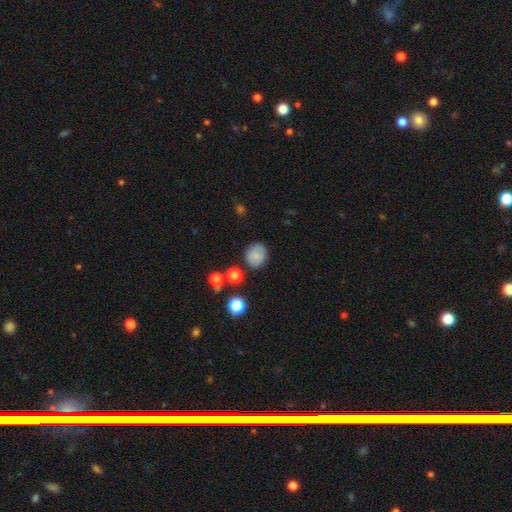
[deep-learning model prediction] This appears to be a smooth galaxy with no disk features (79%) that is round (75%). Merging: none (82%).